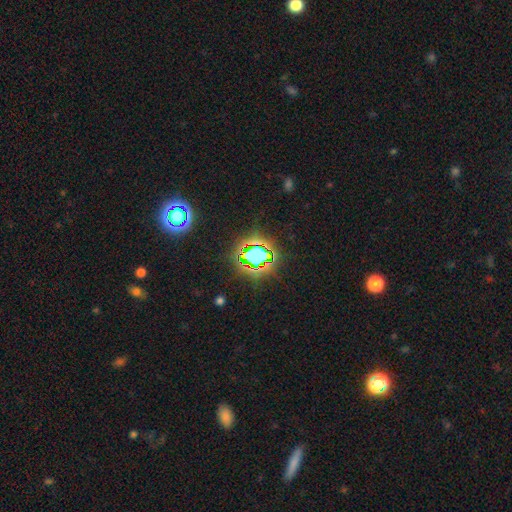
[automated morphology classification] This is likely a star or artifact rather than a galaxy (69%).